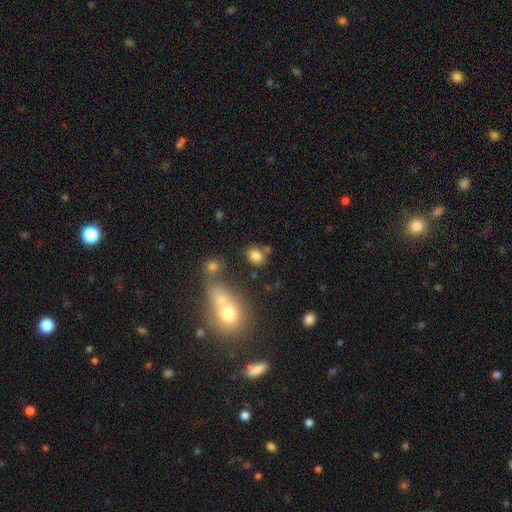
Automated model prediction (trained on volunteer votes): The model was most divided on "how rounded": in between: 57%, round: 42%, cigar-shaped: 1%. More confident: smooth or featured — smooth (80%); merging — none (68%).